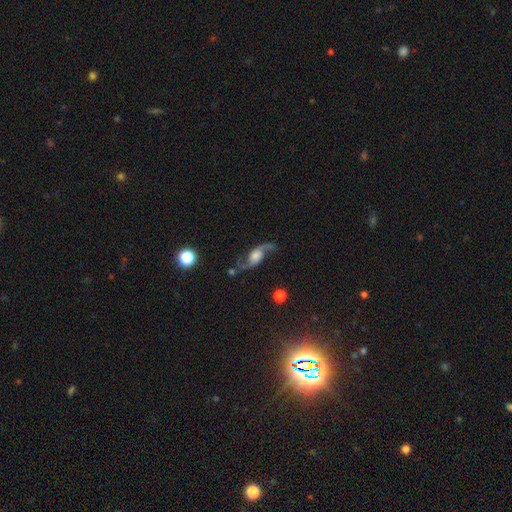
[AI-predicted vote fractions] This is clearly a featured or disk galaxy (86%). It is clearly not viewed edge-on (94%). Bar: likely no (61%). Spiral arm pattern: clearly yes (97%). Spiral arm count: clearly 2 (94%). Spiral winding: clearly loose (82%). Central bulge: marginally large (34%). Merging: likely none (71%).